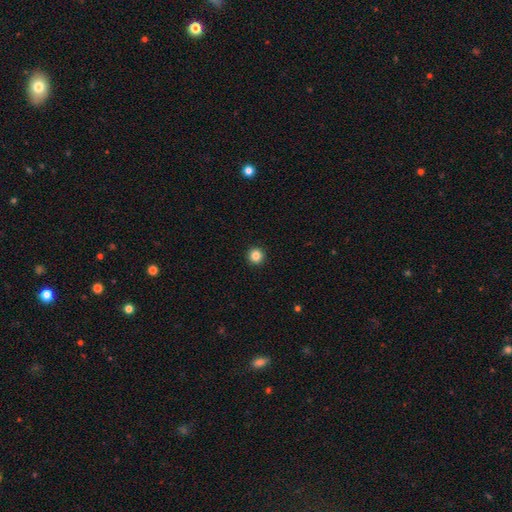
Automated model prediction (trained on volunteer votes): A smooth galaxy with no disk features (84%) that is round (96%). Merging: none (94%).